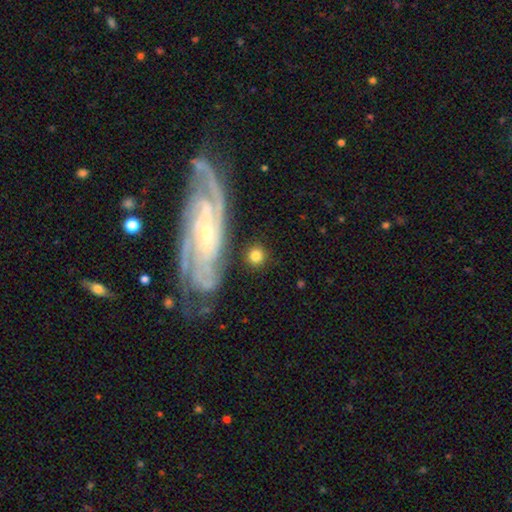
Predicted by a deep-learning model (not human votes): smooth 74%, featured or disk 19%, star or artifact 7%. Down the decision tree: how rounded — round (88%); merging — none (83%).